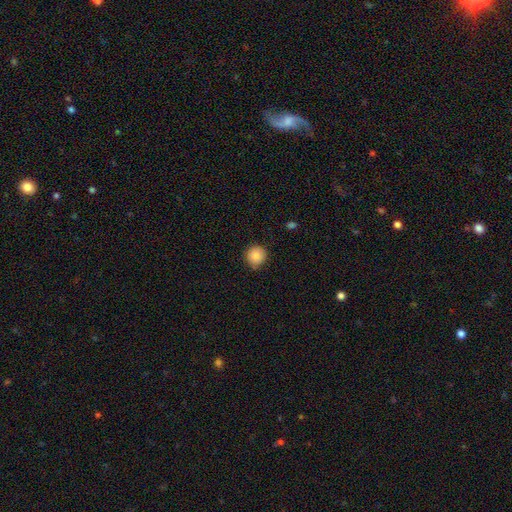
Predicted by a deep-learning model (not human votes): A smooth galaxy with no disk features (87%) that is round (92%).

Vote fractions:
- Smooth or featured? smooth: 87% / star or artifact: 9% / featured or disk: 4%
- How rounded? round: 92% / in between: 7% / cigar-shaped: 1%
- Merging? none: 84% / minor disturbance: 12% / major disturbance: 2% / merger: 1%